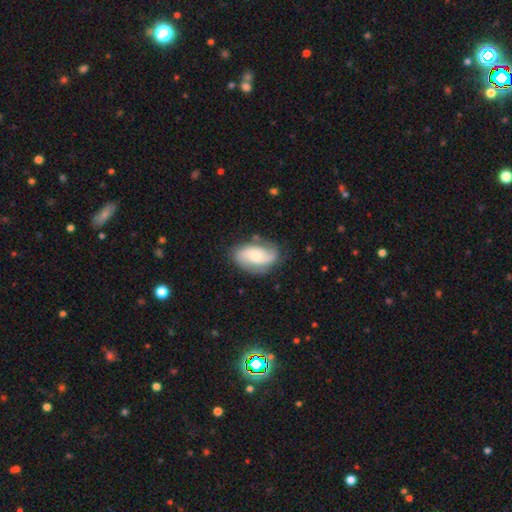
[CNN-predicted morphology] The model was most divided on "spiral winding" (2-way tie): loose: 40%, medium: 40%, tight: 20%. More confident: edge-on disk — no (96%); spiral arms — yes (91%); spiral arm count — 2 (81%); merging — none (72%); smooth or featured — featured or disk (66%); bar — no (61%); bulge size — moderate (50%).